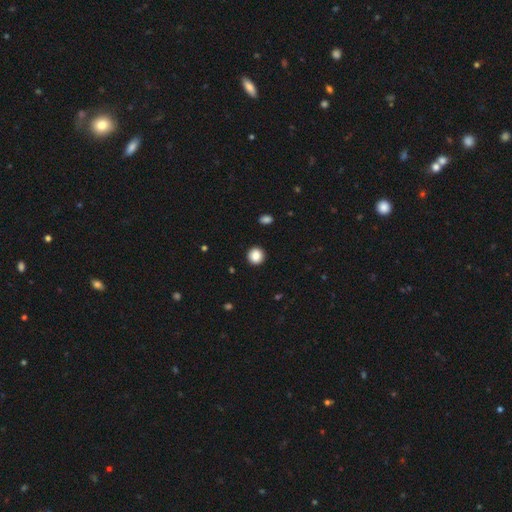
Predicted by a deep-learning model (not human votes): This is clearly a smooth galaxy (87%). How rounded: clearly round (93%). Merging: clearly none (92%).